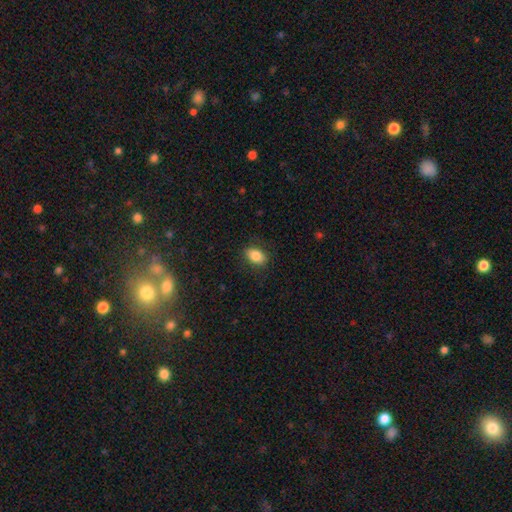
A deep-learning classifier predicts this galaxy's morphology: Smooth or featured? Predicted: smooth (p=0.83). How rounded? Predicted: in between (p=0.85). Merging? Predicted: none (p=0.85).